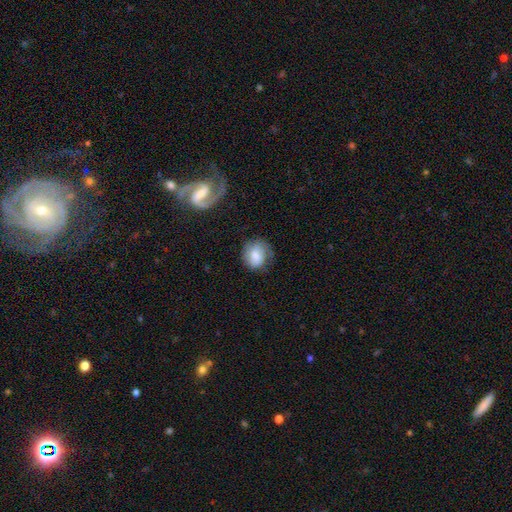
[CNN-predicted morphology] Smooth or featured: smooth — 71% (featured or disk — 21%)
How rounded: round — 63% (in between — 36%)
Merging: none — 61% (minor disturbance — 26%)